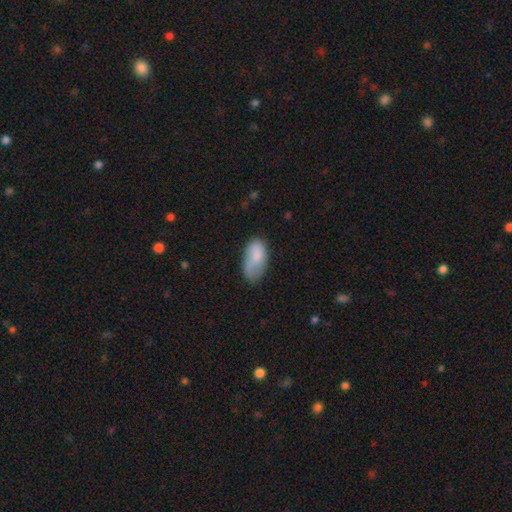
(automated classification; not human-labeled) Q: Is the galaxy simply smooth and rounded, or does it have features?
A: smooth — 79%.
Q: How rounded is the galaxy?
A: in between — 94%.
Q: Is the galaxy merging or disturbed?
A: none — 50%.